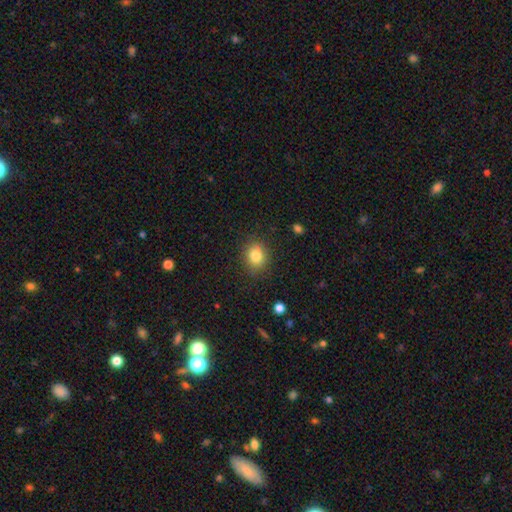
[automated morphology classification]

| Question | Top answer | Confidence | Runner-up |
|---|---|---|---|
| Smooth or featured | smooth | 83% | star or artifact (10%) |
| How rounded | round | 61% | in between (38%) |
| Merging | none | 86% | minor disturbance (10%) |